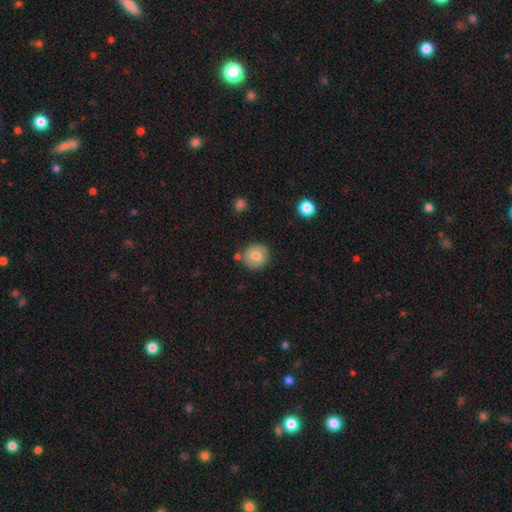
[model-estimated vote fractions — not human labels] Smooth or featured: smooth — 73% (featured or disk — 19%)
How rounded: round — 90% (in between — 9%)
Merging: none — 81% (minor disturbance — 10%)